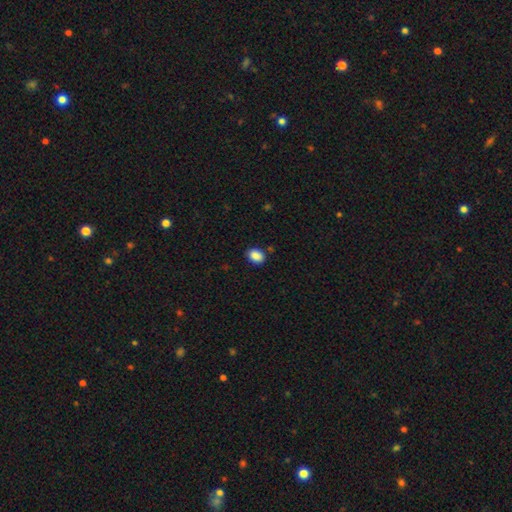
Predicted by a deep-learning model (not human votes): The model was most divided on "how rounded": in between: 74%, round: 24%, cigar-shaped: 1%. More confident: smooth or featured — smooth (89%); merging — none (84%).